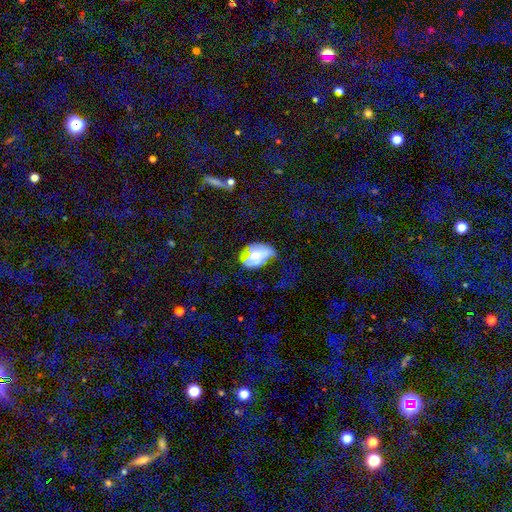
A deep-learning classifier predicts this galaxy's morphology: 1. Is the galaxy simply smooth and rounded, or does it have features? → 55% smooth, 37% featured or disk, 9% star or artifact.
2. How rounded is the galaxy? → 81% in between, 17% round, 1% cigar-shaped.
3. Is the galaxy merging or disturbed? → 34% minor disturbance, 31% major disturbance, 31% none, 5% merger.